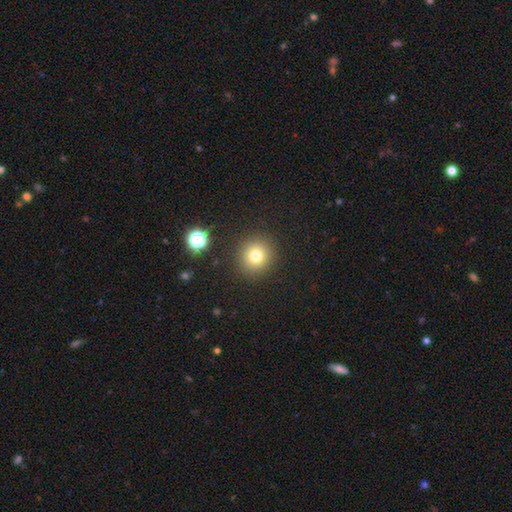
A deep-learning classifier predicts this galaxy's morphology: type=smooth (77%); roundness=round (92%); merging=none (90%).